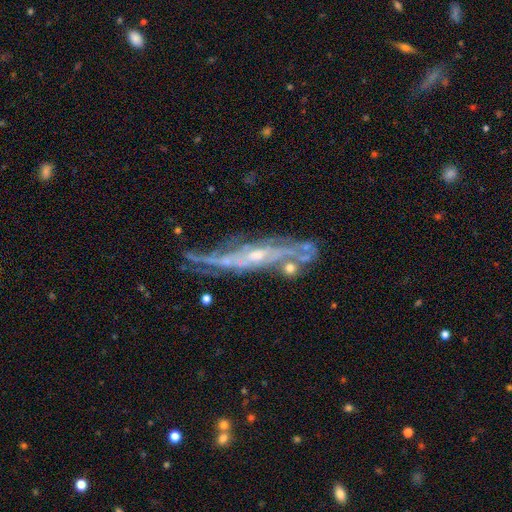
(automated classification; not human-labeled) Q: Smooth or featured?
A: featured or disk (80%); runner-up: smooth (11%)
Q: Edge-on disk?
A: yes (57%); runner-up: no (43%)
Q: Merging?
A: none (59%); runner-up: minor disturbance (23%)